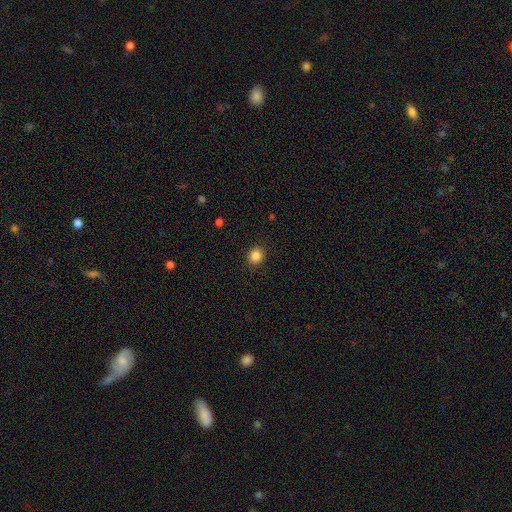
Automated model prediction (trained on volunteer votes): smooth_or_featured: smooth (p=0.86) [alt: star or artifact p=0.10]
how_rounded: round (p=0.79) [alt: in between p=0.20]
merging: none (p=0.90) [alt: minor disturbance p=0.06]